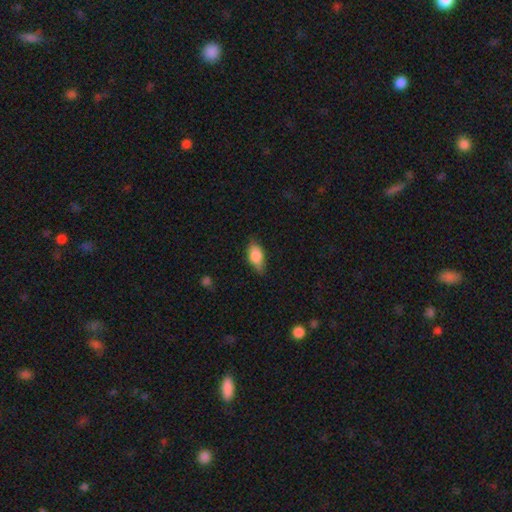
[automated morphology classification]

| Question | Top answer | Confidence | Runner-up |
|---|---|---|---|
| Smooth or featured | smooth | 79% | featured or disk (13%) |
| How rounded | in between | 85% | cigar-shaped (10%) |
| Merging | none | 69% | minor disturbance (24%) |